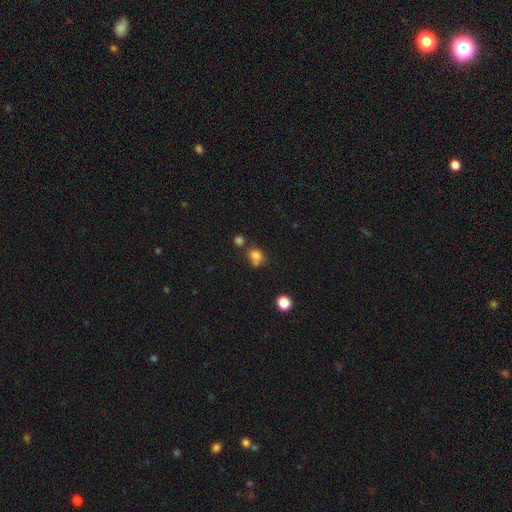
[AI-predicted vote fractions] Q: Smooth or featured?
A: smooth (76%); runner-up: star or artifact (14%)
Q: How rounded?
A: round (58%); runner-up: in between (41%)
Q: Merging?
A: none (46%); runner-up: merger (24%)